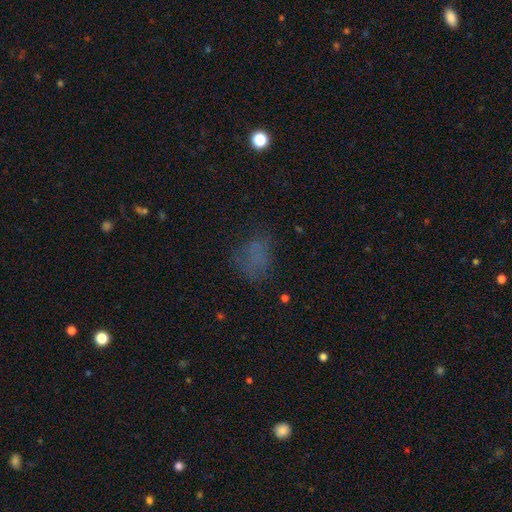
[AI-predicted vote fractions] Smooth or featured? Predicted: smooth (p=0.57). How rounded? Predicted: in between (p=0.63). Merging? Predicted: none (p=0.58).